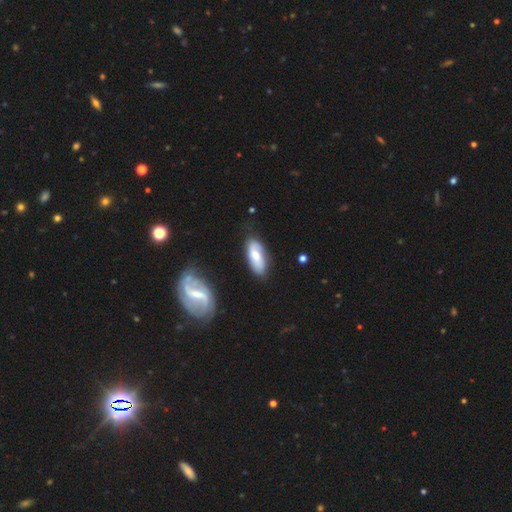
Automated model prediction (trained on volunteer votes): A smooth galaxy with no disk features (53%) that is in between round and cigar-shaped (84%). Merging: none (72%).